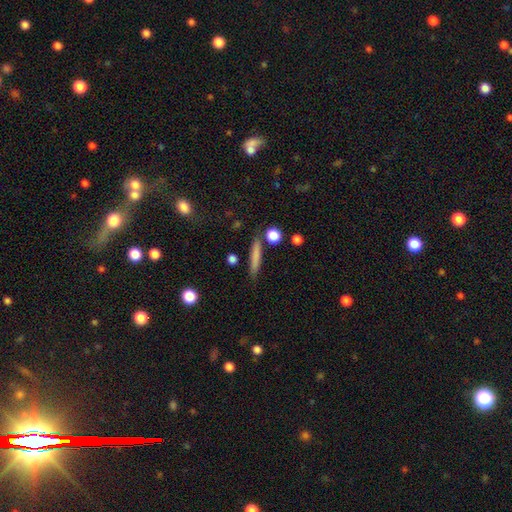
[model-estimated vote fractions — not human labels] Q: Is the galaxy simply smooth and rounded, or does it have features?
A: smooth — 77%.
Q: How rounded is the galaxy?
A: cigar-shaped — 89%.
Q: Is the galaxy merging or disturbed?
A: none — 83%.